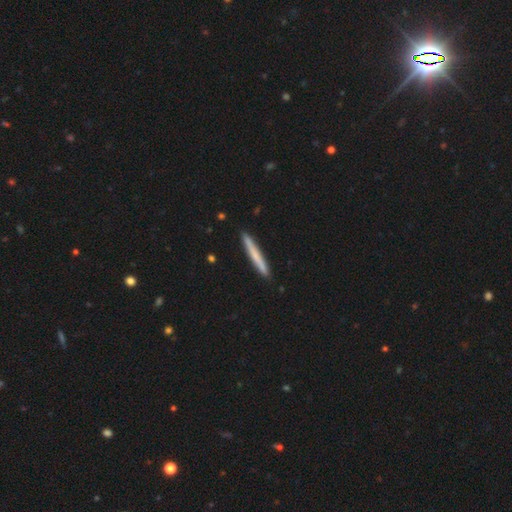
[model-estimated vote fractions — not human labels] A smooth galaxy with no disk features (64%) that is cigar-shaped (97%).

Vote fractions:
- Smooth or featured? smooth: 64% / featured or disk: 31% / star or artifact: 5%
- How rounded? cigar-shaped: 97% / in between: 2% / round: 1%
- Merging? none: 92% / minor disturbance: 6% / merger: 1% / major disturbance: 1%